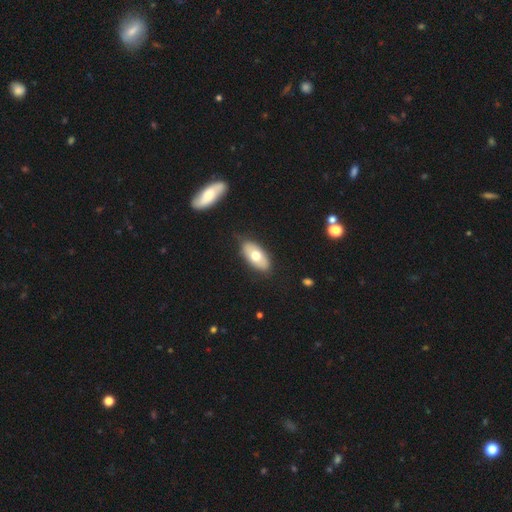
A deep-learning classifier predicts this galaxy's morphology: smooth_or_featured: smooth (p=0.67) [alt: featured or disk p=0.27]
how_rounded: in between (p=0.92) [alt: cigar-shaped p=0.05]
merging: none (p=0.82) [alt: minor disturbance p=0.13]